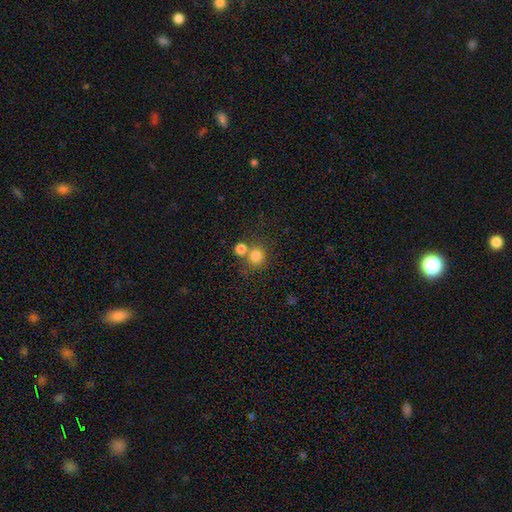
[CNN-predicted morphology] Q: Smooth or featured?
A: smooth (80%); runner-up: star or artifact (13%)
Q: How rounded?
A: round (85%); runner-up: in between (14%)
Q: Merging?
A: none (56%); runner-up: merger (33%)